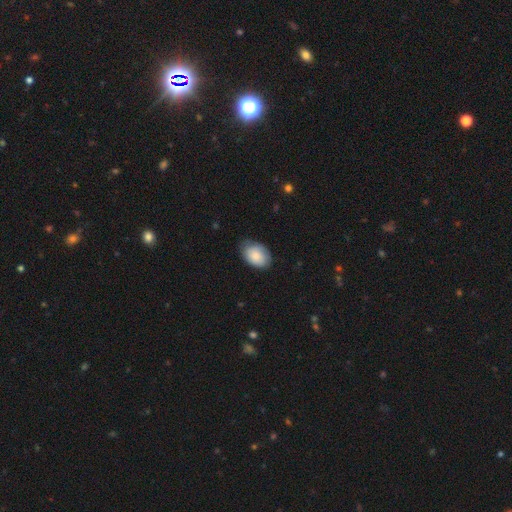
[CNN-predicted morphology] A smooth galaxy with no disk features (85%) that is in between round and cigar-shaped (84%). Merging: none (73%).